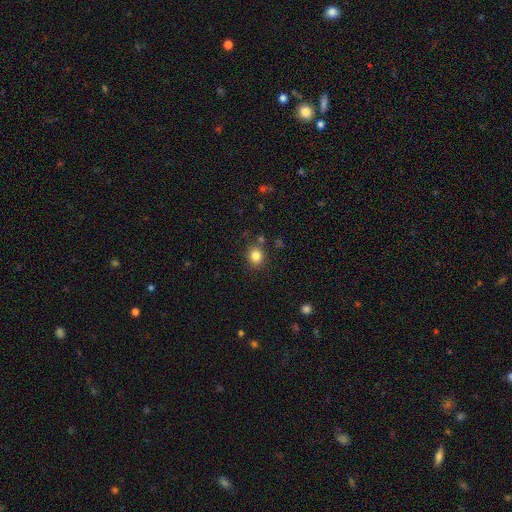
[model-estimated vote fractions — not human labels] Smooth or featured: smooth — 83% (star or artifact — 12%)
How rounded: round — 73% (in between — 27%)
Merging: none — 82% (minor disturbance — 10%)